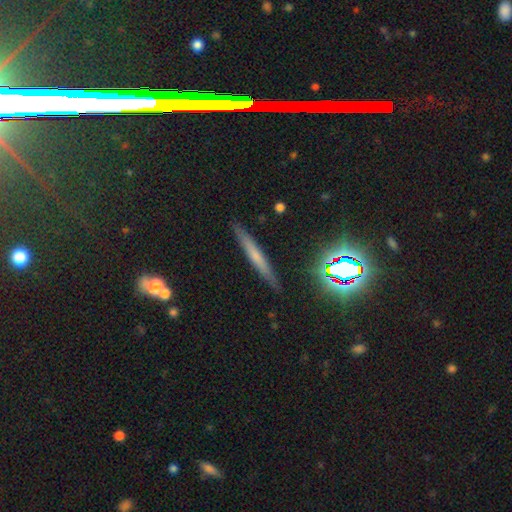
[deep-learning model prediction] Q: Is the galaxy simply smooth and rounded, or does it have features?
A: smooth — 48%.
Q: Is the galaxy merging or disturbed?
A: none — 88%.